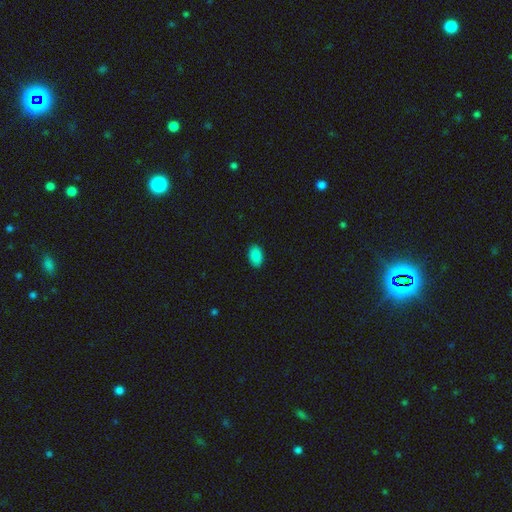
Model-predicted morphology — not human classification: Q: Smooth or featured?
A: smooth (89%); runner-up: star or artifact (8%)
Q: How rounded?
A: in between (91%); runner-up: round (8%)
Q: Merging?
A: none (89%); runner-up: minor disturbance (9%)